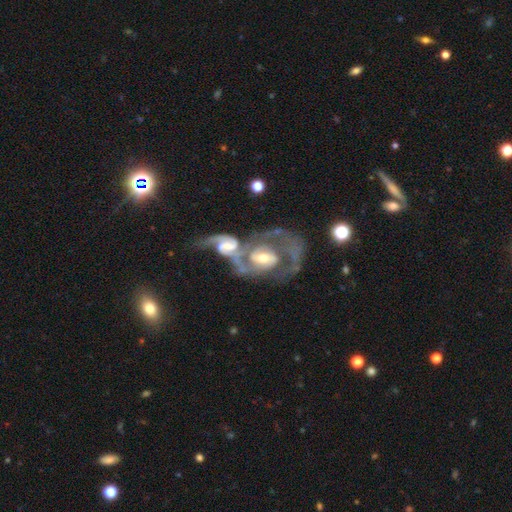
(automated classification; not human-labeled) smooth-or-featured: featured or disk: 79% | smooth: 12% | star or artifact: 9%
  disk-edge-on: no: 95% | yes: 5%
    bar: no: 66% | weak: 24% | strong: 10%
    has-spiral-arms: yes: 70% | no: 30%
      spiral-winding: tight: 40% | medium: 38% | loose: 22%
      spiral-arm-count: 2: 46% | 1: 25% | can't tell: 21% | 3: 4% | 4: 2% | more than 4: 2%
    bulge-size: moderate: 60% | small: 19% | large: 14% | none: 4% | dominant: 3%
  merging: merger: 59% | none: 19% | major disturbance: 13% | minor disturbance: 9%